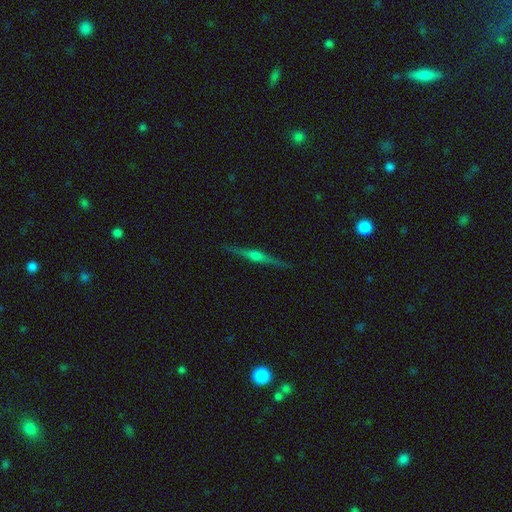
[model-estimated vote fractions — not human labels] A featured or disk galaxy (79%) viewed edge-on (98%) with a rounded central bulge (83%). Merging: none (91%).